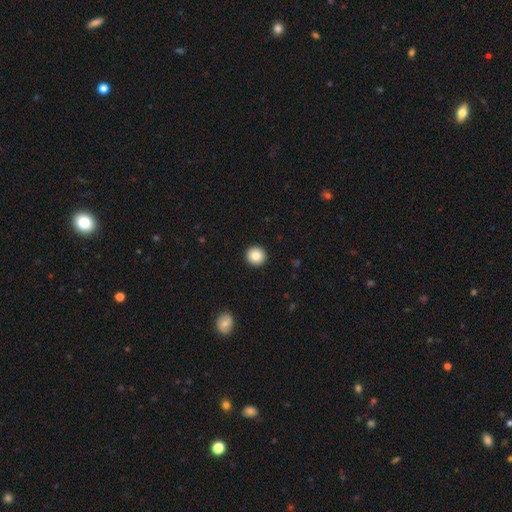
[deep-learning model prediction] smooth_or_featured: smooth (p=0.85) [alt: star or artifact p=0.09]
how_rounded: round (p=0.94) [alt: in between p=0.05]
merging: none (p=0.94) [alt: minor disturbance p=0.04]